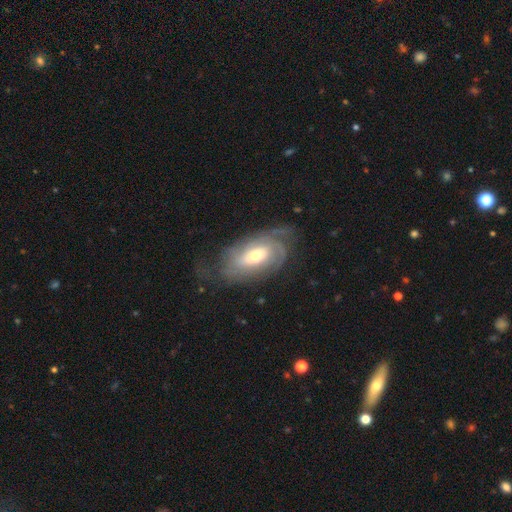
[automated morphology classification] smooth_or_featured: featured or disk (p=0.77) [alt: smooth p=0.17]
disk_edge_on: no (p=0.94) [alt: yes p=0.06]
bar: no (p=0.51) [alt: weak p=0.37]
has_spiral_arms: yes (p=0.91) [alt: no p=0.09]
spiral_winding: tight (p=0.56) [alt: medium p=0.32]
spiral_arm_count: can't tell (p=0.37) [alt: 2 p=0.32]
bulge_size: moderate (p=0.66) [alt: small p=0.16]
merging: none (p=0.62) [alt: minor disturbance p=0.22]